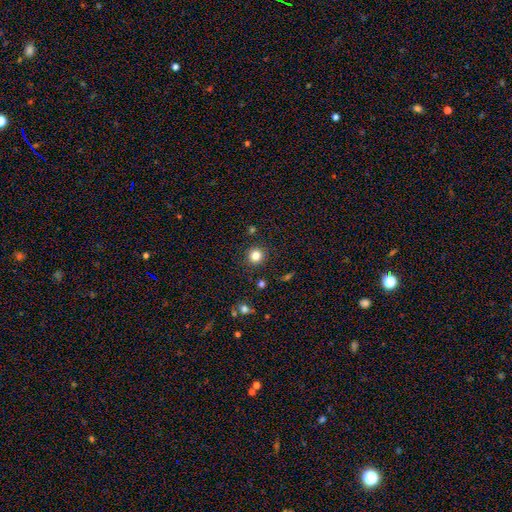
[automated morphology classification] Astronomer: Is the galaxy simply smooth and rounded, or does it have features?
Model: smooth — 82%.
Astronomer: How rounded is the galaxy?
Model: round — 94%.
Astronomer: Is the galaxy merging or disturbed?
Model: none — 91%.